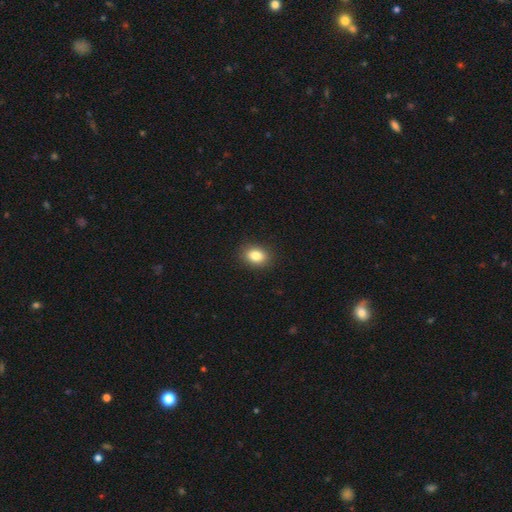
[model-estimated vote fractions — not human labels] smooth_or_featured: smooth (p=0.85) [alt: star or artifact p=0.09]
how_rounded: in between (p=0.69) [alt: round p=0.29]
merging: none (p=0.89) [alt: minor disturbance p=0.08]